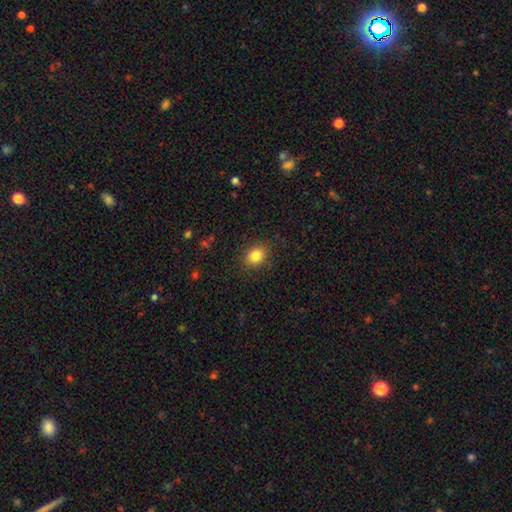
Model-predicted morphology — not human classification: This appears to be a smooth galaxy with no disk features (83%) that is round (51%). Merging: none (86%).